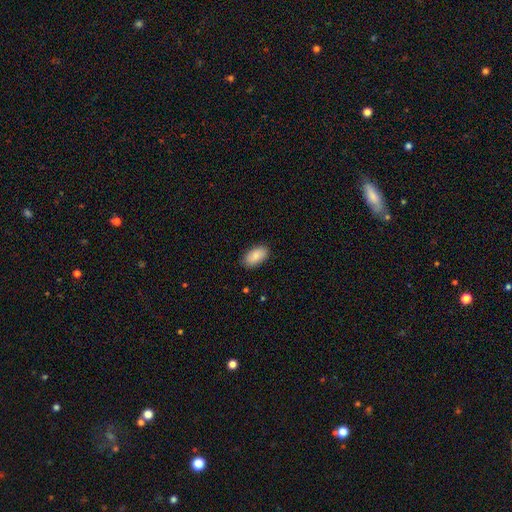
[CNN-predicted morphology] Overall: smooth (85%). How rounded: in between (94%). Merging: none (87%).